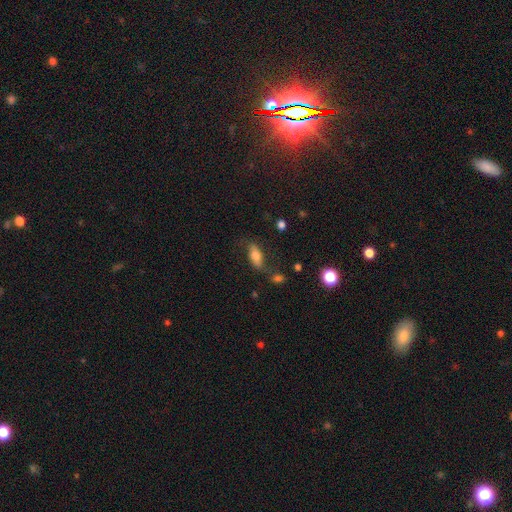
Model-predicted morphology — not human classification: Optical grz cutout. It shows a smooth galaxy with no disk features (64%) that is in between round and cigar-shaped (77%). Merging: none (67%).